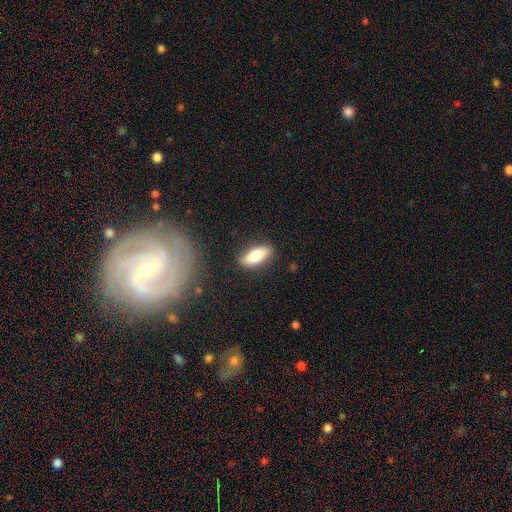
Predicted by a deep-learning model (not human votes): Smooth or featured? Predicted: smooth (p=0.78). How rounded? Predicted: in between (p=0.76). Merging? Predicted: none (p=0.85).